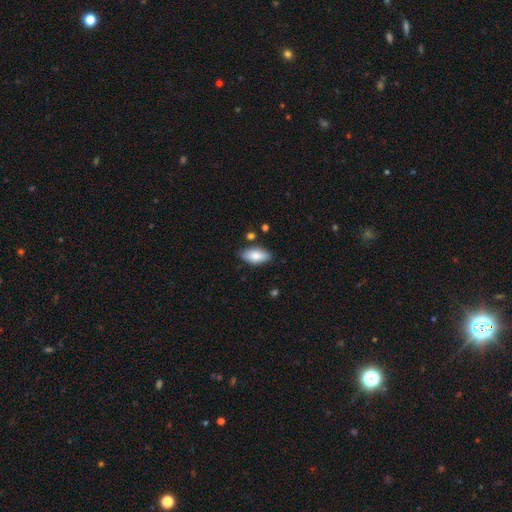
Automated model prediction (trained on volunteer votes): Overall: smooth (83%). How rounded: in between (90%). Merging: none (79%).